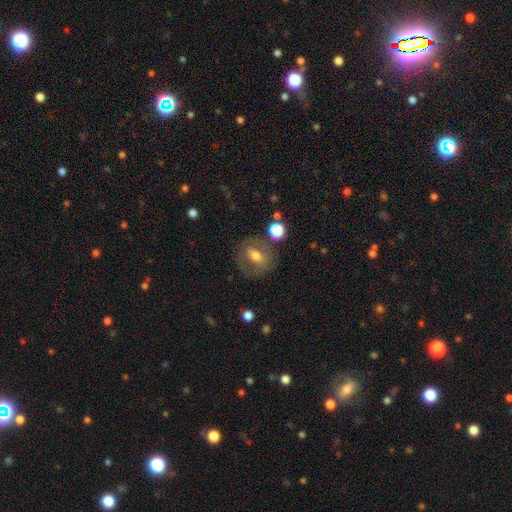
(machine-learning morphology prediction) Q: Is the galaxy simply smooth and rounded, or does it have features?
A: featured or disk — 47%.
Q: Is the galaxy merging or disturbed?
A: none — 72%.